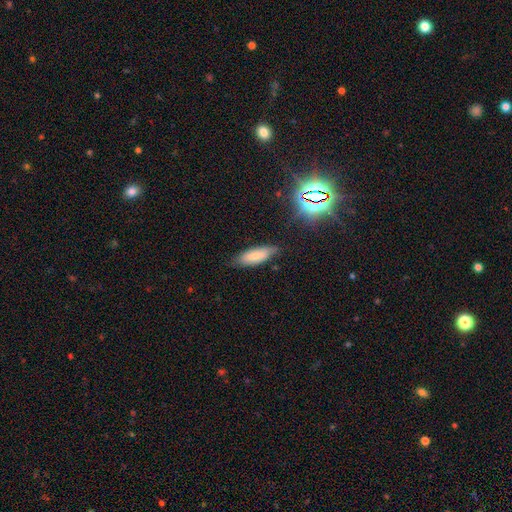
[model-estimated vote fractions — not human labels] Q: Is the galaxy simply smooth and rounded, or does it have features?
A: smooth — 76%.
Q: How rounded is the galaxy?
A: in between — 66%.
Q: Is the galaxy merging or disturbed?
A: none — 74%.